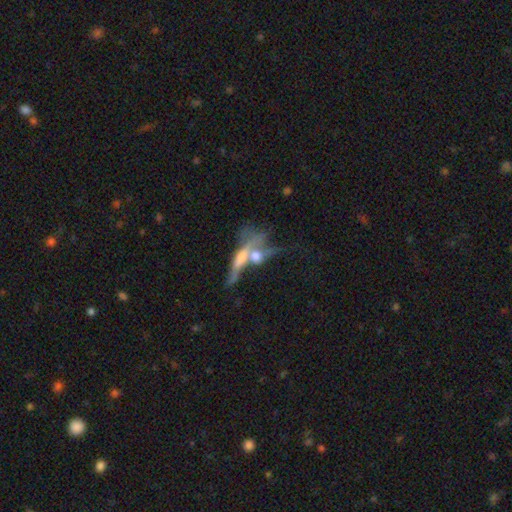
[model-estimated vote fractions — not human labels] A featured or disk galaxy (51%) viewed edge-on (54%). Merging: merger (58%).